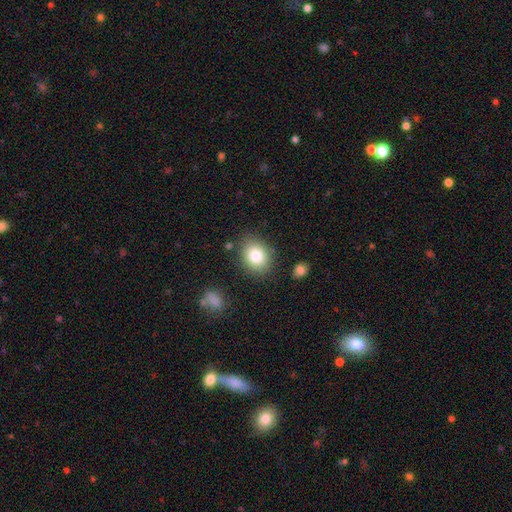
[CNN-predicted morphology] Smooth or featured?
  - smooth: 83% *
  - featured or disk: 9%
  - star or artifact: 8%
How rounded?
  - in between: 60% *
  - round: 39%
  - cigar-shaped: 1%
Merging?
  - none: 81% *
  - minor disturbance: 12%
  - major disturbance: 4%
  - merger: 3%